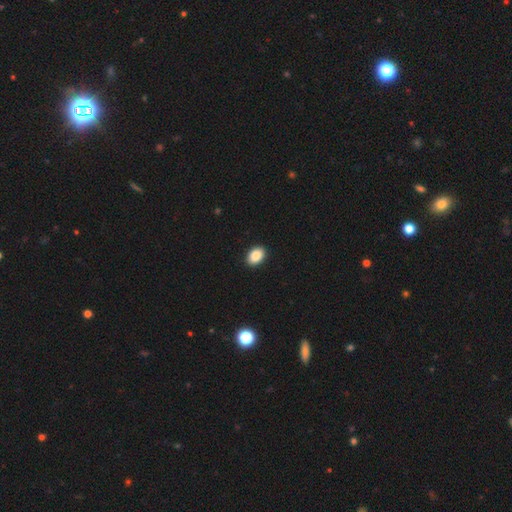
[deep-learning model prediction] A smooth galaxy with no disk features (88%) that is in between round and cigar-shaped (81%).

Vote fractions:
- Smooth or featured? smooth: 88% / star or artifact: 8% / featured or disk: 4%
- How rounded? in between: 81% / round: 18% / cigar-shaped: 1%
- Merging? none: 91% / minor disturbance: 6% / major disturbance: 2% / merger: 1%